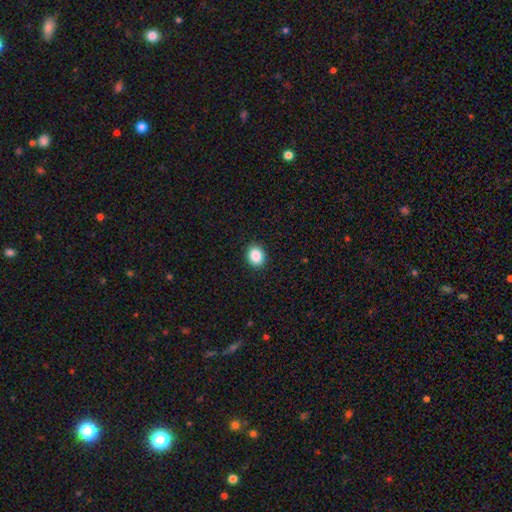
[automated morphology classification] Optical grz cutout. It shows a smooth galaxy with no disk features (88%) that is round (50%). Merging: none (91%).